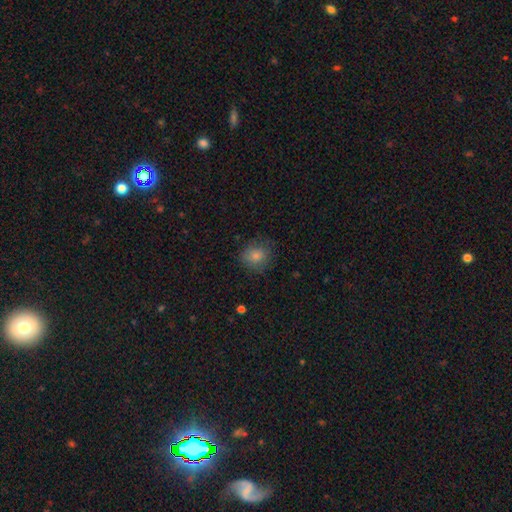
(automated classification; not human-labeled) This appears to be a smooth galaxy with no disk features (77%) that is round (77%). Merging: none (81%).